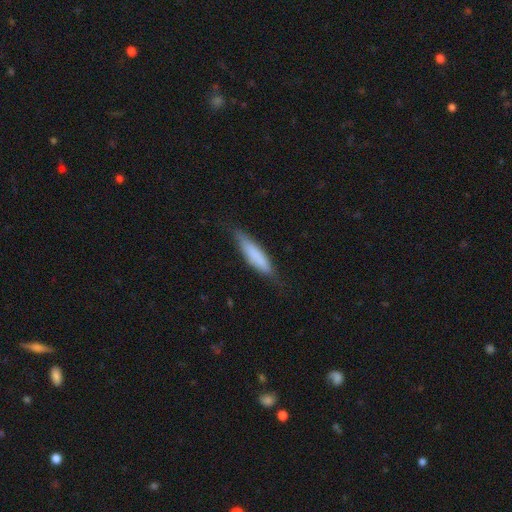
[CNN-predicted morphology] This is likely a smooth galaxy (76%). How rounded: likely cigar-shaped (77%). Merging: likely none (76%).